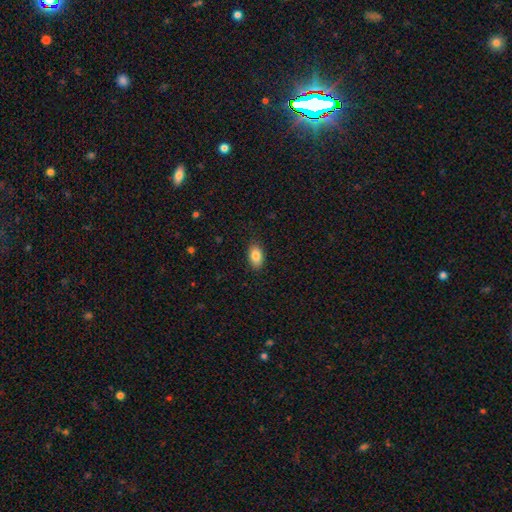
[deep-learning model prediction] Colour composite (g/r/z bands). It shows a smooth galaxy with no disk features (85%) that is in between round and cigar-shaped (91%). Merging: none (87%).